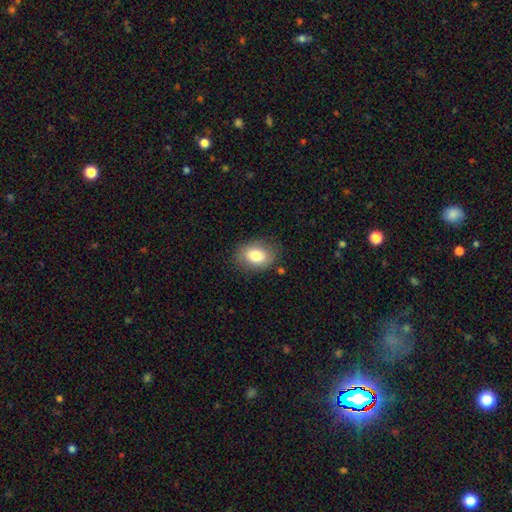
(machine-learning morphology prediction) Q: Smooth or featured?
A: smooth (80%); runner-up: featured or disk (12%)
Q: How rounded?
A: in between (73%); runner-up: round (26%)
Q: Merging?
A: none (81%); runner-up: minor disturbance (13%)